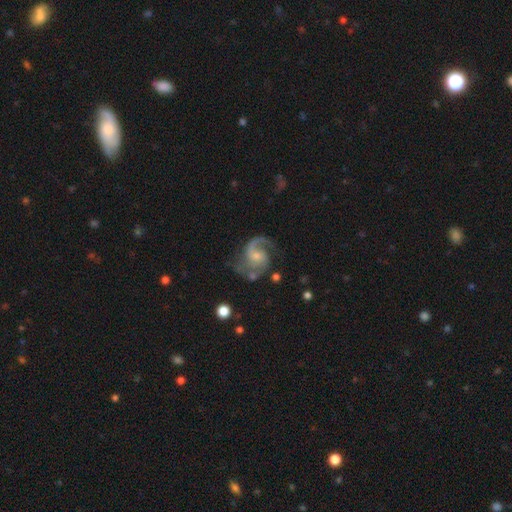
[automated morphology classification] This is clearly a featured or disk galaxy (89%). It is clearly not viewed edge-on (98%). Bar: possibly no (54%). Spiral arm pattern: clearly yes (97%). Spiral arm count: likely 2 (78%). Spiral winding: possibly medium (54%). Central bulge: possibly small (55%). Merging: likely none (61%).